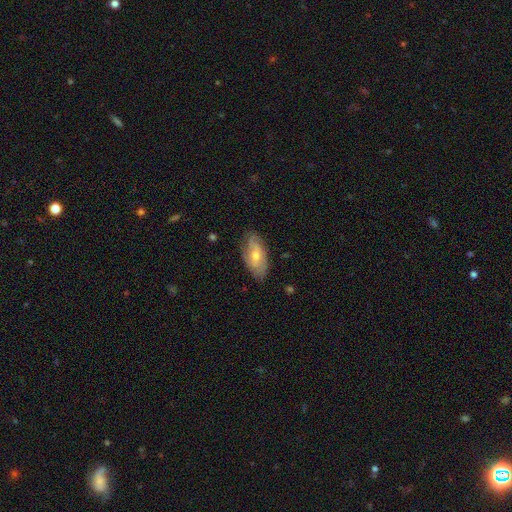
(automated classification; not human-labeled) A featured or disk galaxy (53%). Merging: none (77%).